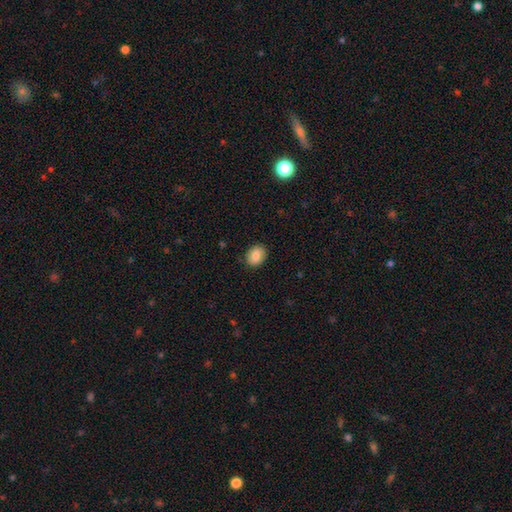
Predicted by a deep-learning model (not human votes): Smooth or featured: smooth — 84% (featured or disk — 9%)
How rounded: in between — 57% (round — 42%)
Merging: none — 84% (minor disturbance — 12%)